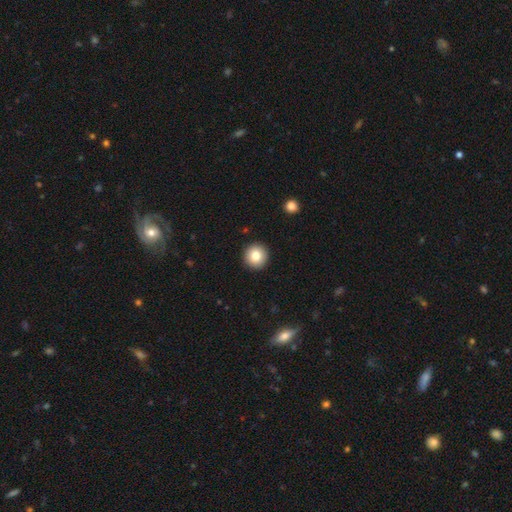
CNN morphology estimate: Overall: smooth (83%). How rounded: round (95%). Merging: none (92%).